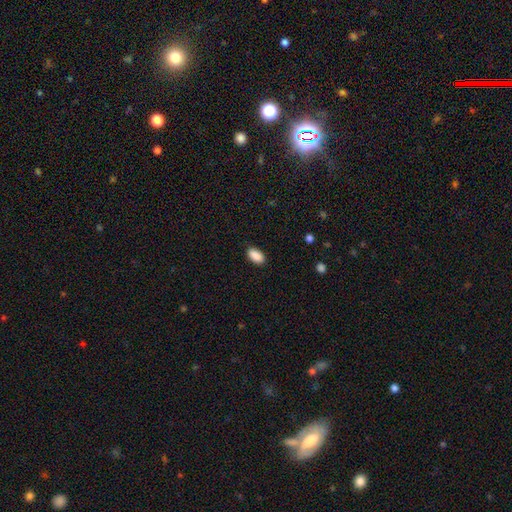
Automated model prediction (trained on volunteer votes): Smooth or featured?
  - smooth: 90% *
  - star or artifact: 7%
  - featured or disk: 3%
How rounded?
  - in between: 93% *
  - cigar-shaped: 3%
  - round: 3%
Merging?
  - none: 88% *
  - minor disturbance: 9%
  - major disturbance: 2%
  - merger: 1%